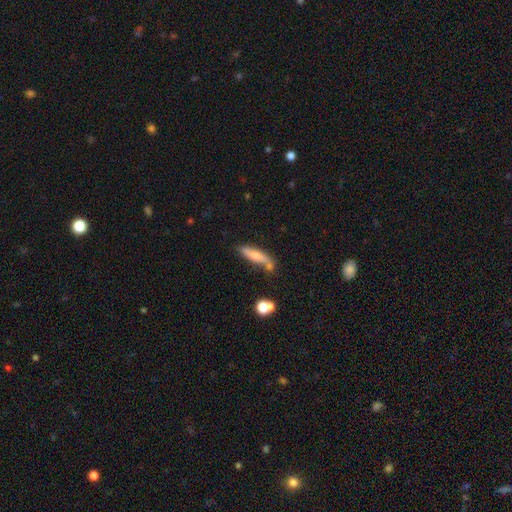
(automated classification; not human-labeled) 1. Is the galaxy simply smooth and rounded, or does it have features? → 61% smooth, 31% featured or disk, 8% star or artifact.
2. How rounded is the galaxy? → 73% cigar-shaped, 25% in between, 3% round.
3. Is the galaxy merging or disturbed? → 59% none, 21% minor disturbance, 14% merger, 6% major disturbance.